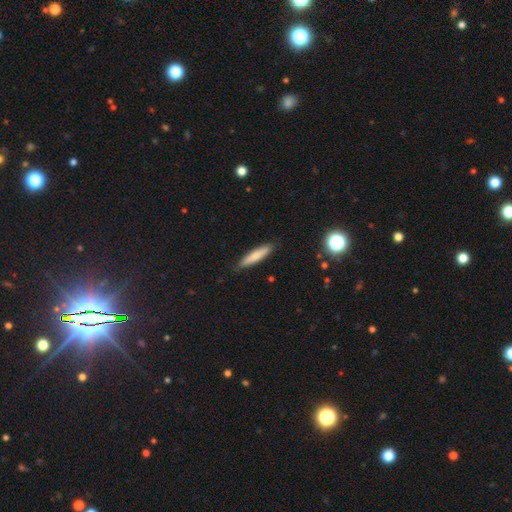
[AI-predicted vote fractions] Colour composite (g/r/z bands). It shows a smooth galaxy with no disk features (71%) that is cigar-shaped (82%). Merging: none (84%).